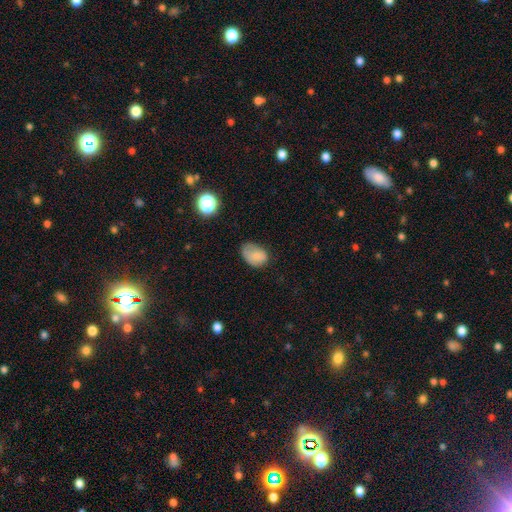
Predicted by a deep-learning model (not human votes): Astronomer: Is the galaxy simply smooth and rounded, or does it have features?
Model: smooth — 78%.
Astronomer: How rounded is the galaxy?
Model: in between — 77%.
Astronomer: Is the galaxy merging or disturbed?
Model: none — 47% (runner-up: minor disturbance, 36%).